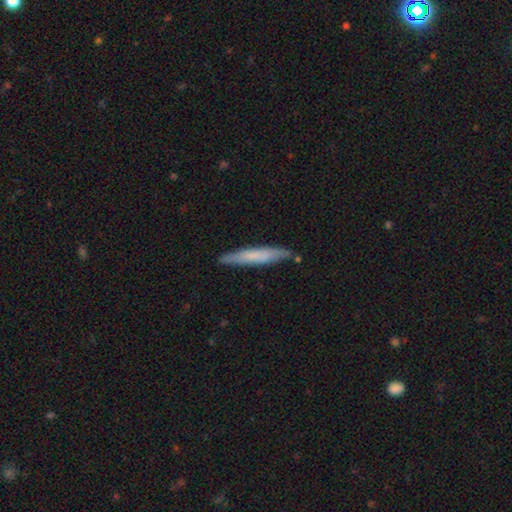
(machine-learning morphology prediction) smooth-or-featured: smooth: 63% | featured or disk: 31% | star or artifact: 6%
  how-rounded: cigar-shaped: 94% | in between: 5% | round: 1%
  merging: none: 85% | minor disturbance: 11% | major disturbance: 2% | merger: 2%